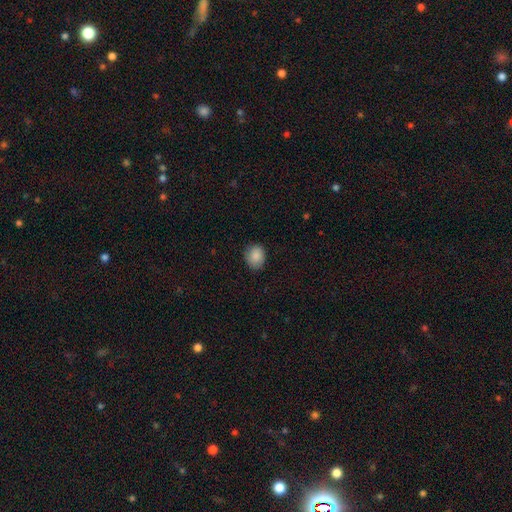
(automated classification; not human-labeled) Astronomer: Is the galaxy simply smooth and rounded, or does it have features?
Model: smooth — 88%.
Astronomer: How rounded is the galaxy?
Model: round — 57% (runner-up: in between, 42%).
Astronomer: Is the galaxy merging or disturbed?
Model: none — 82%.